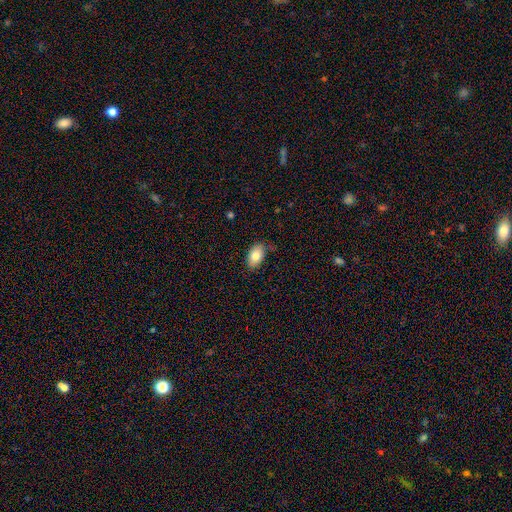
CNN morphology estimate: type=smooth (81%); roundness=in between (92%); merging=none (80%).